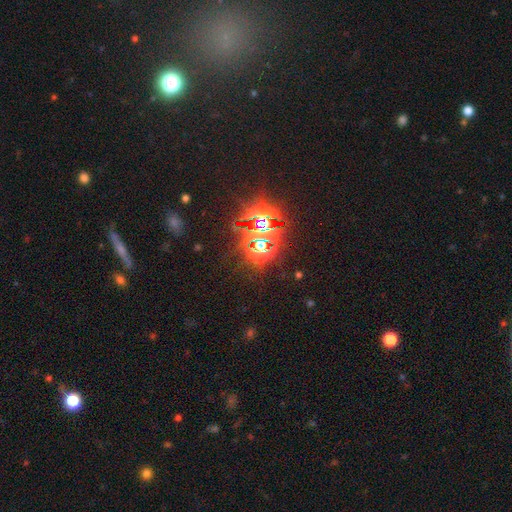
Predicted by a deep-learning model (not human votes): smooth_or_featured: star or artifact (p=0.71) [alt: smooth p=0.20]